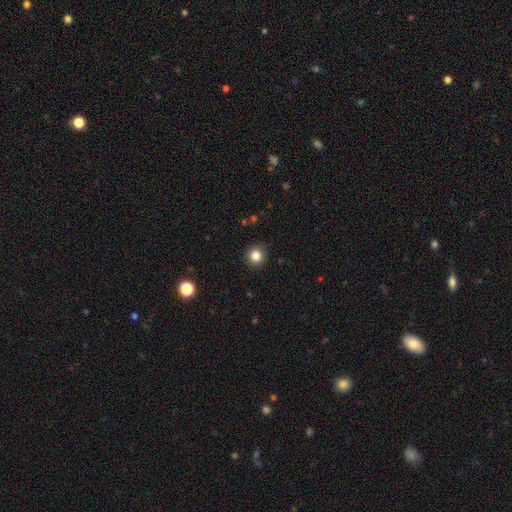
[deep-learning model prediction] Smooth or featured: smooth — 85% (star or artifact — 11%)
How rounded: round — 93% (in between — 7%)
Merging: none — 91% (minor disturbance — 6%)